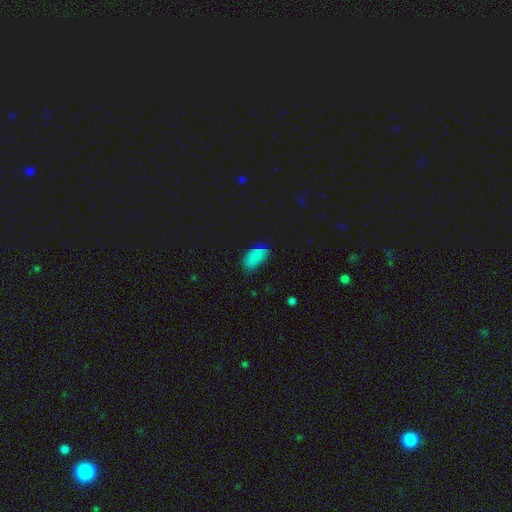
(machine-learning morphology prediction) smooth-or-featured: smooth: 83% | star or artifact: 11% | featured or disk: 7%
  how-rounded: in between: 93% | round: 4% | cigar-shaped: 3%
  merging: none: 64% | minor disturbance: 28% | major disturbance: 6% | merger: 2%